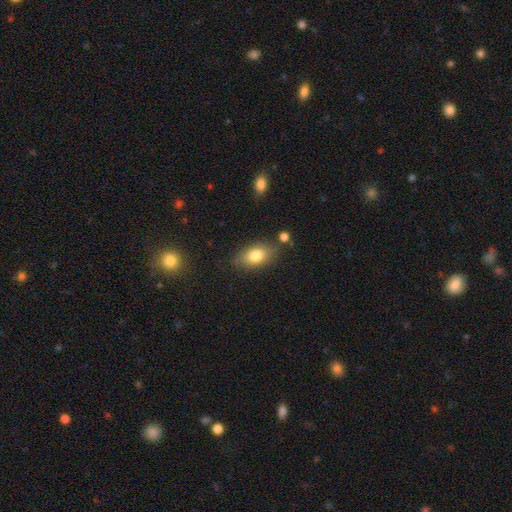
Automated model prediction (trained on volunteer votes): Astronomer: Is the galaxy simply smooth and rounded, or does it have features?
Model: smooth — 80%.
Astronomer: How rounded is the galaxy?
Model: in between — 85%.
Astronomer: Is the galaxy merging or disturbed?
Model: none — 77%.